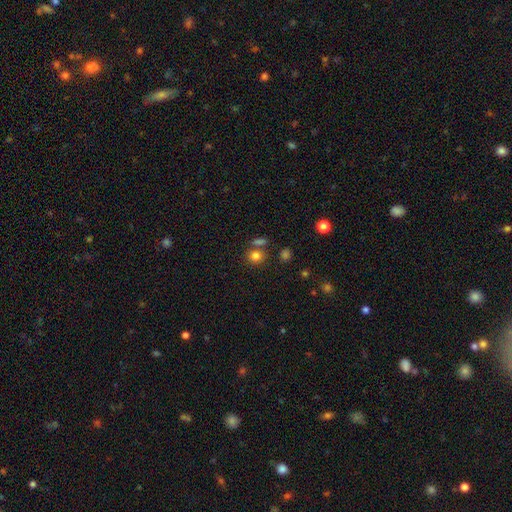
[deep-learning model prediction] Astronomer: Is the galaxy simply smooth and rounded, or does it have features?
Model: smooth — 81%.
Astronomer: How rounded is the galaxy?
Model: round — 78%.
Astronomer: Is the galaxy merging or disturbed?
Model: none — 67%.